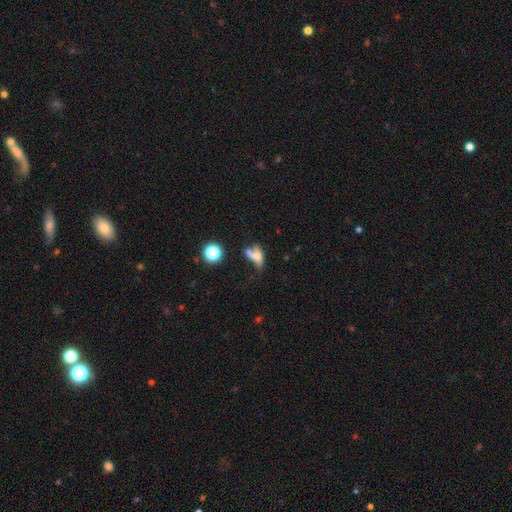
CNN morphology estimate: Smooth or featured? smooth (50%)
How rounded? in between (67%)
Merging? merger (34%)